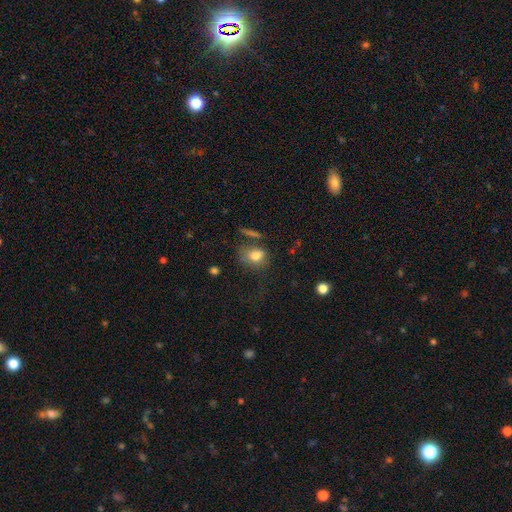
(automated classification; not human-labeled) A smooth galaxy with no disk features (77%) that is in between round and cigar-shaped (59%). Merging: none (50%).